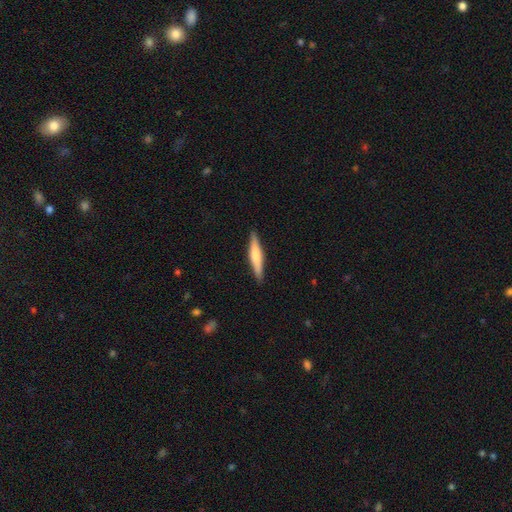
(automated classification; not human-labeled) A smooth galaxy with no disk features (57%) that is cigar-shaped (91%).

Vote fractions:
- Smooth or featured? smooth: 57% / featured or disk: 38% / star or artifact: 5%
- How rounded? cigar-shaped: 91% / in between: 8% / round: 1%
- Merging? none: 90% / minor disturbance: 7% / major disturbance: 1% / merger: 1%